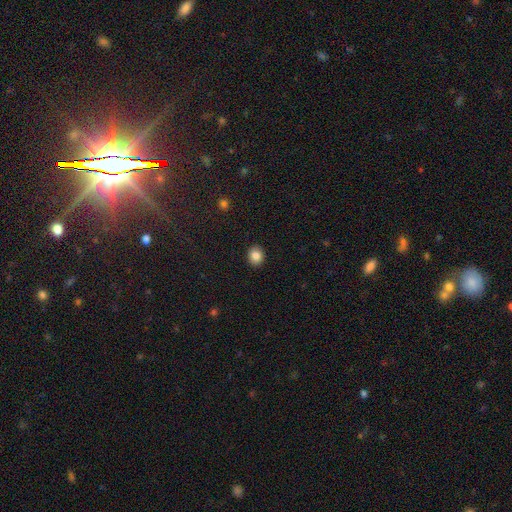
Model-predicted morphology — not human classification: This appears to be a smooth galaxy with no disk features (85%) that is round (69%). Merging: none (91%).